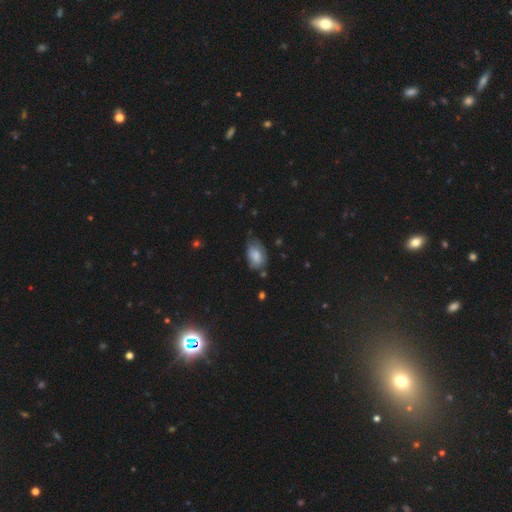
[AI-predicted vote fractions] Overall: smooth (77%). How rounded: in between (88%). Merging: none (46%; minor disturbance 40%).